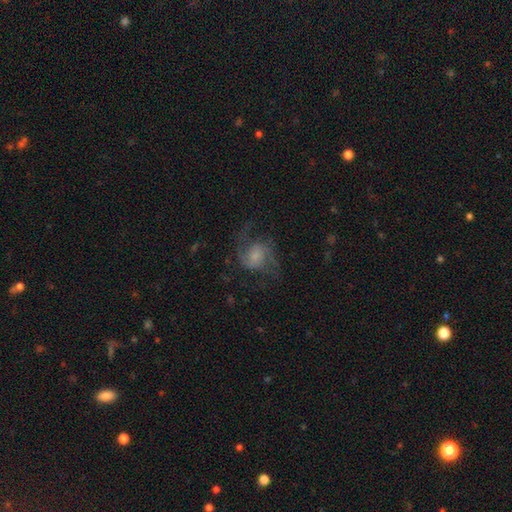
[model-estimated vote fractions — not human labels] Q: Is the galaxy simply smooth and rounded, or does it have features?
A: featured or disk — 71%.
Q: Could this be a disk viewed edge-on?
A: no — 98%.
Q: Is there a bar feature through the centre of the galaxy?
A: no — 61%.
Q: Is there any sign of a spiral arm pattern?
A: yes — 92%.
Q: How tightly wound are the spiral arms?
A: medium — 48%.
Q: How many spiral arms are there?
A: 2 — 79%.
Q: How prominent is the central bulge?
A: small — 34%.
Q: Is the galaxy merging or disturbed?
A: none — 59%.